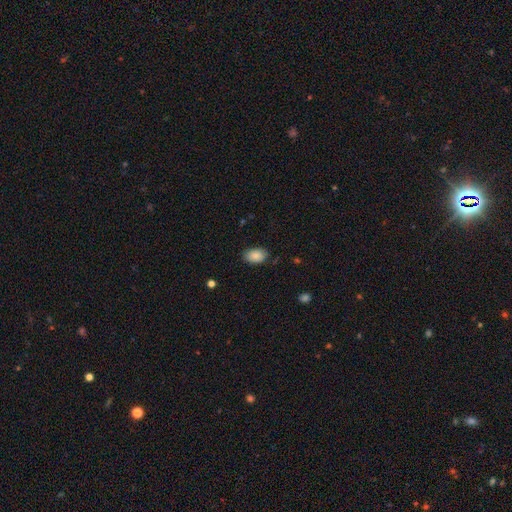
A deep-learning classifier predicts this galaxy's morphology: type=smooth (87%); roundness=in between (85%); merging=none (82%).